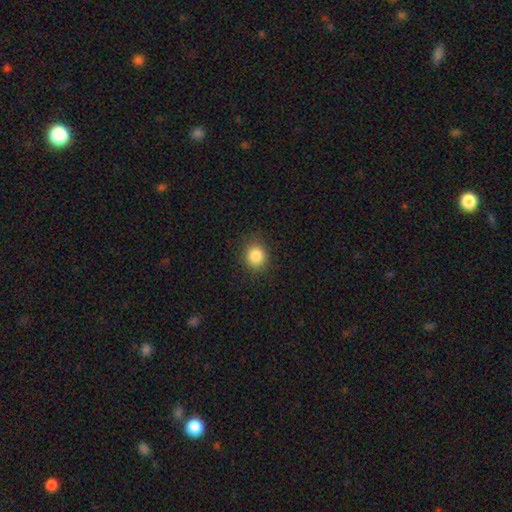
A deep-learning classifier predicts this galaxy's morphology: smooth-or-featured: smooth: 86% | star or artifact: 10% | featured or disk: 4%
  how-rounded: round: 76% | in between: 23% | cigar-shaped: 1%
  merging: none: 87% | minor disturbance: 9% | major disturbance: 3% | merger: 1%